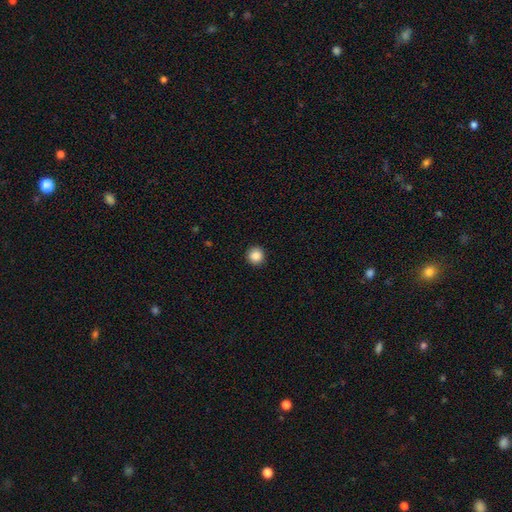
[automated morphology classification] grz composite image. It shows a smooth galaxy with no disk features (88%) that is round (94%). Merging: none (92%).